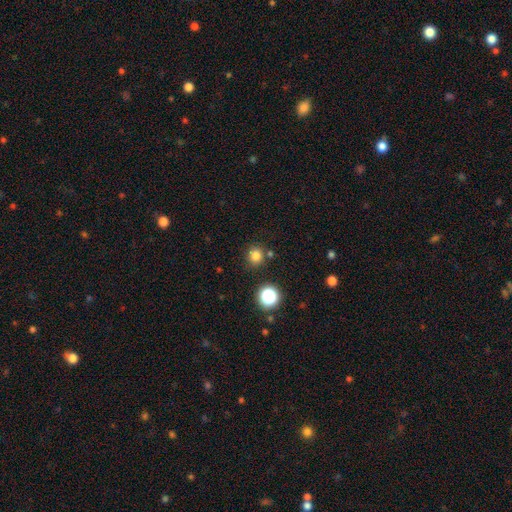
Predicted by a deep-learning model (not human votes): Smooth or featured: smooth — 79% (star or artifact — 16%)
How rounded: round — 91% (in between — 8%)
Merging: none — 83% (minor disturbance — 8%)